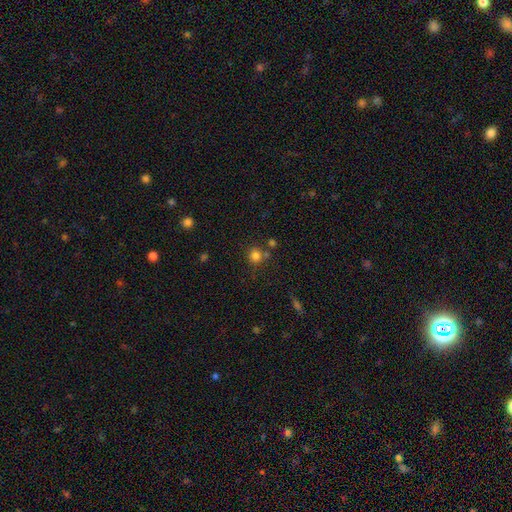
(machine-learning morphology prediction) type=smooth (79%); roundness=round (90%); merging=none (71%).